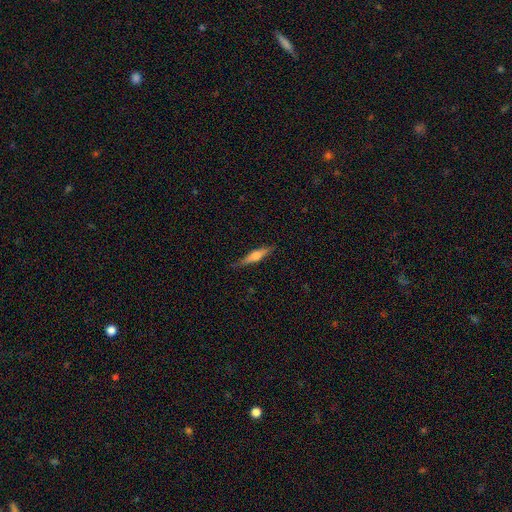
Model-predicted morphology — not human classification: Smooth or featured? featured or disk (55%)
Edge-on disk? yes (96%)
Edge-on bulge? rounded (85%)
Merging? none (83%)